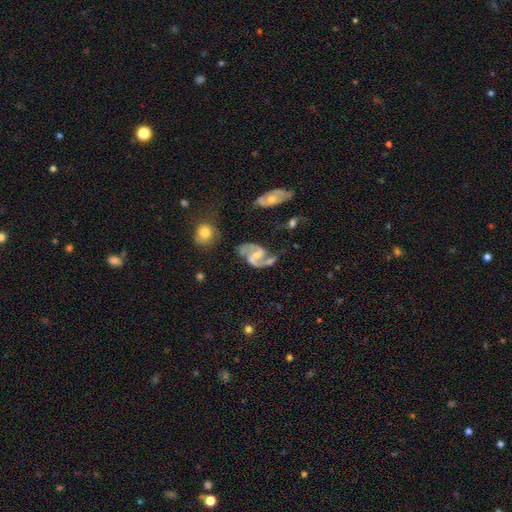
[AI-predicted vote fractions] Smooth or featured?
  - featured or disk: 90% *
  - smooth: 5%
  - star or artifact: 5%
Edge-on disk?
  - no: 98% *
  - yes: 2%
Bar?
  - weak: 48% *
  - no: 28%
  - strong: 24%
Spiral arms?
  - yes: 97% *
  - no: 3%
Spiral winding?
  - medium: 47% *
  - loose: 43%
  - tight: 10%
Spiral arm count?
  - 2: 93% *
  - can't tell: 2%
  - 1: 2%
  - 3: 1%
  - 4: 1%
  - more than 4: 1%
Bulge size?
  - small: 54% *
  - moderate: 30%
  - none: 13%
  - large: 2%
  - dominant: 1%
Merging?
  - none: 55% *
  - minor disturbance: 20%
  - major disturbance: 14%
  - merger: 11%